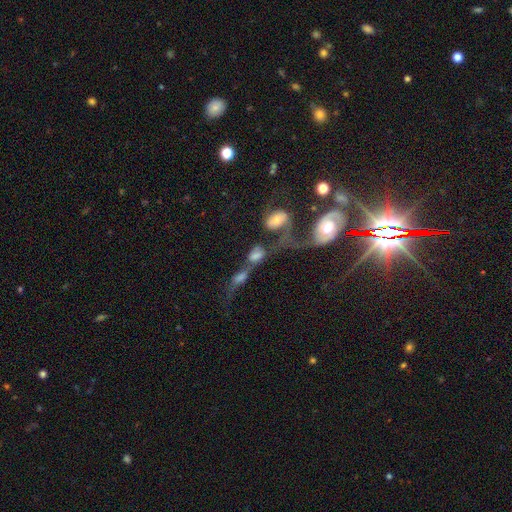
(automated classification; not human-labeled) Morphology: type=featured or disk (54%); edge-on=no (82%); merging=merger (53%).